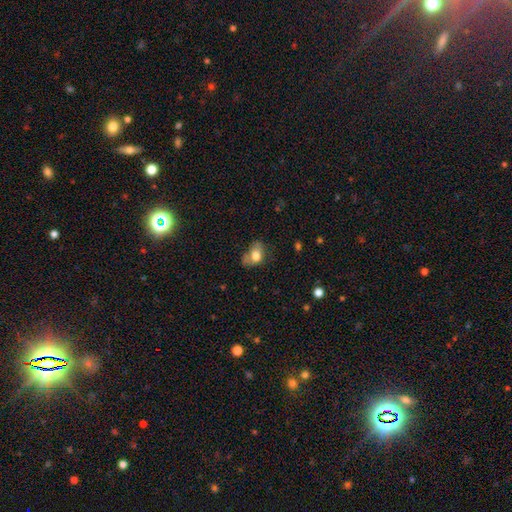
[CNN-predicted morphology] smooth_or_featured: smooth (p=0.72) [alt: featured or disk p=0.19]
how_rounded: in between (p=0.78) [alt: round p=0.20]
merging: minor disturbance (p=0.35) [alt: none p=0.32]